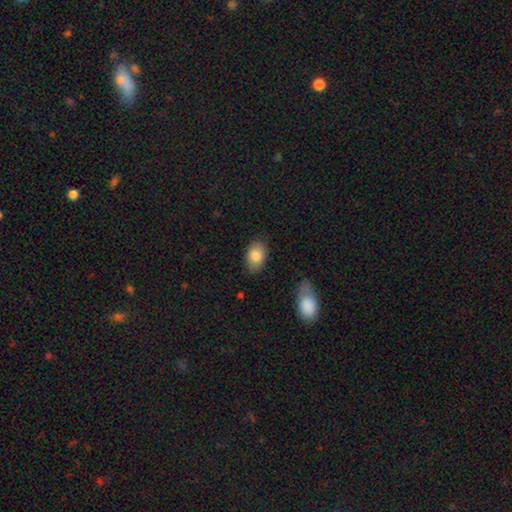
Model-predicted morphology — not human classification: type=smooth (83%); roundness=in between (86%); merging=none (82%).